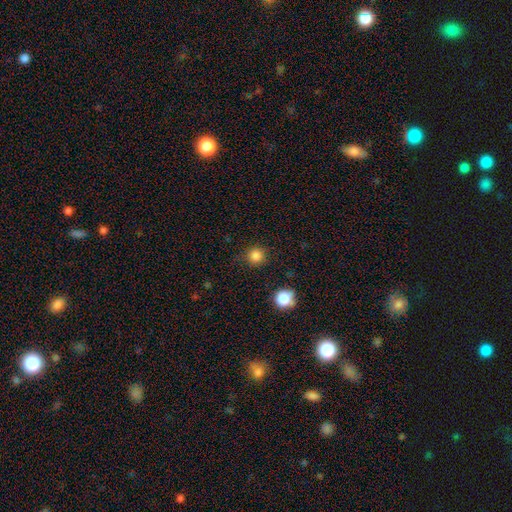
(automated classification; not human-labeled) Smooth or featured? Predicted: smooth (p=0.83). How rounded? Predicted: round (p=0.94). Merging? Predicted: none (p=0.86).